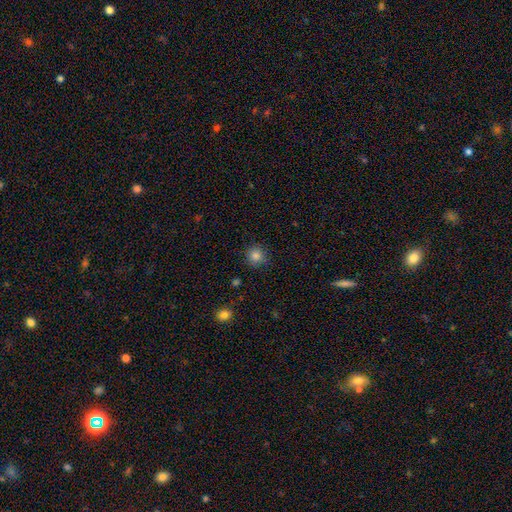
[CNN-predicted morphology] Smooth or featured? Predicted: smooth (p=0.84). How rounded? Predicted: round (p=0.93). Merging? Predicted: none (p=0.88).